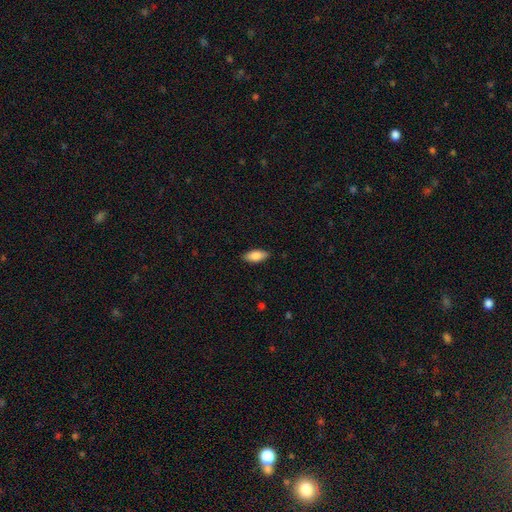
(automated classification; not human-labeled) Smooth or featured: smooth — 84% (featured or disk — 10%)
How rounded: in between — 83% (cigar-shaped — 15%)
Merging: none — 87% (minor disturbance — 10%)